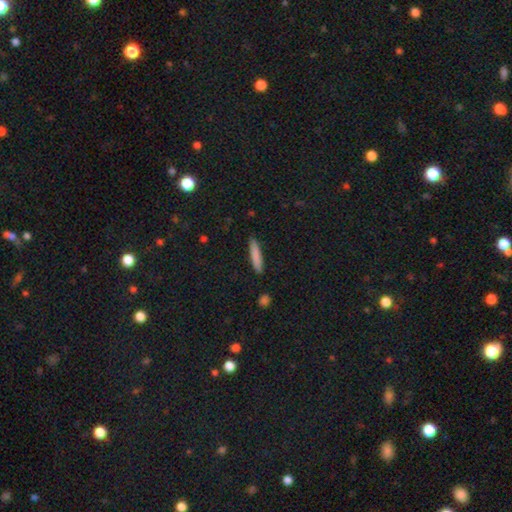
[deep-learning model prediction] Q: Smooth or featured?
A: smooth (83%); runner-up: featured or disk (11%)
Q: How rounded?
A: cigar-shaped (87%); runner-up: in between (12%)
Q: Merging?
A: none (88%); runner-up: minor disturbance (8%)